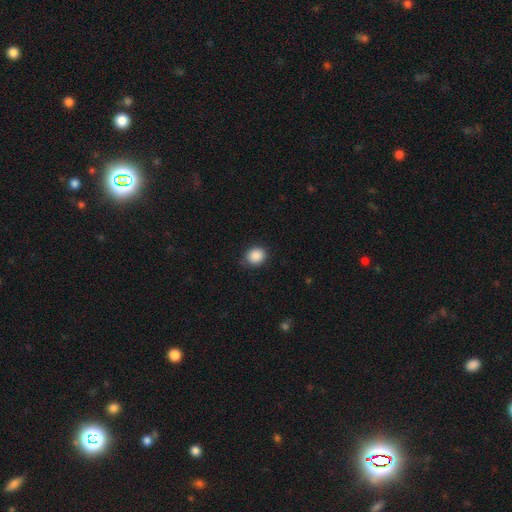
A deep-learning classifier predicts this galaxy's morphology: This is clearly a smooth galaxy (89%). How rounded: likely round (69%). Merging: clearly none (82%).